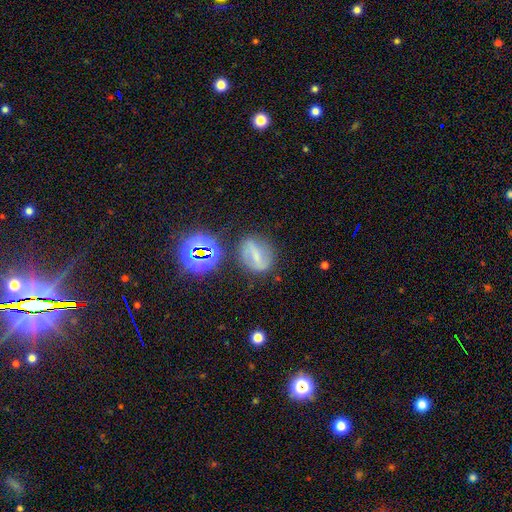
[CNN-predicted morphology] A featured or disk galaxy (53%) with a strong bar (57%), spiral arms (71%) and a small central bulge (47%). Merging: none (73%).